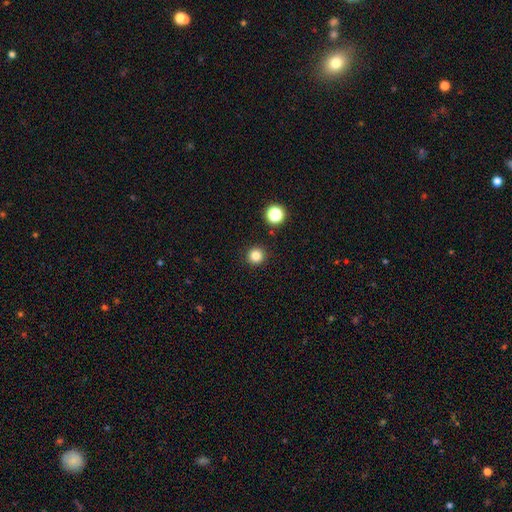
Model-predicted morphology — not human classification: smooth 82%, star or artifact 13%, featured or disk 5%. Down the decision tree: how rounded — round (95%); merging — none (92%).